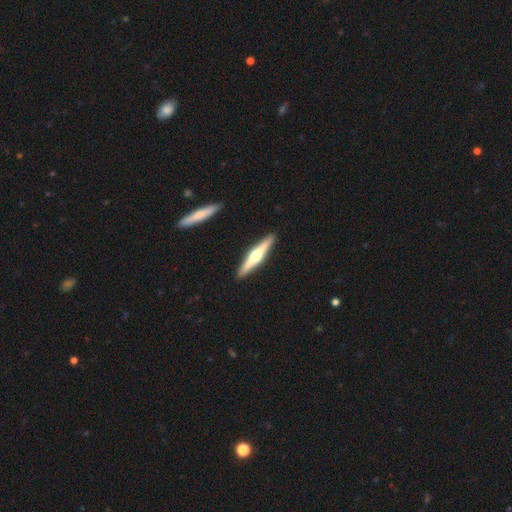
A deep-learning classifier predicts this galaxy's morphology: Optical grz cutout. It shows a featured or disk galaxy (66%) viewed edge-on (98%) with a rounded central bulge (92%). Merging: none (92%).